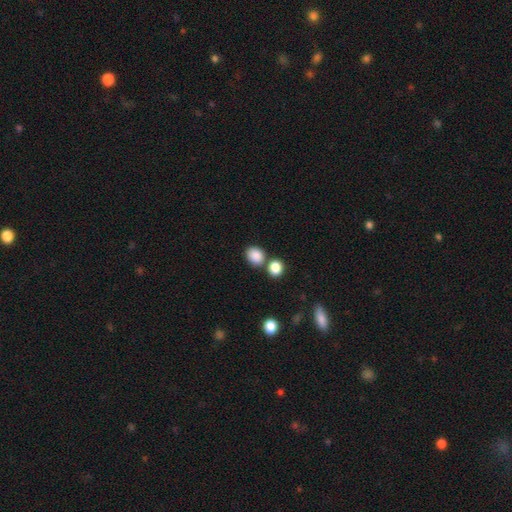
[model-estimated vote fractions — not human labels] This is clearly a smooth galaxy (87%). How rounded: possibly round (50%). Merging: likely none (65%).